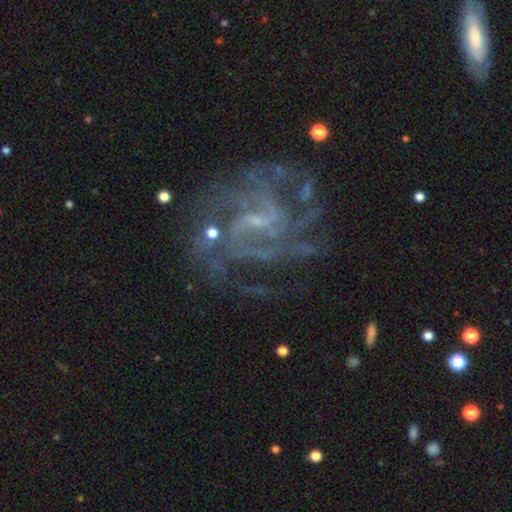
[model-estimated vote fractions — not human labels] The model was most divided on "spiral arm count" (2-way tie): 4: 23%, can't tell: 23%, 3: 22%, 2: 14%, more than 4: 10%, 1: 8%. Remaining: edge-on disk — no (98%); spiral arms — yes (95%); smooth or featured — featured or disk (87%); merging — none (66%); bulge size — small (66%); bar — weak (52%); spiral winding — medium (46%).